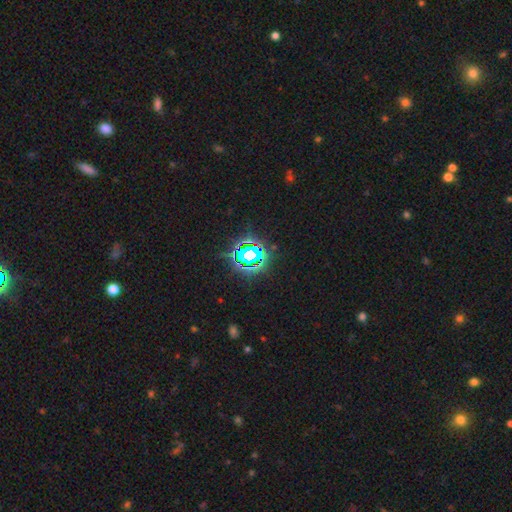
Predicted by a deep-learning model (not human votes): smooth-or-featured: star or artifact: 77% | smooth: 14% | featured or disk: 9%